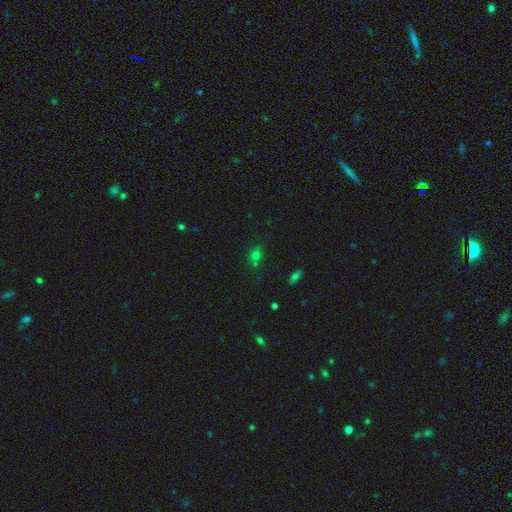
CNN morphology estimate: Smooth or featured: smooth — 61% (star or artifact — 29%)
How rounded: round — 62% (in between — 35%)
Merging: none — 64% (merger — 17%)